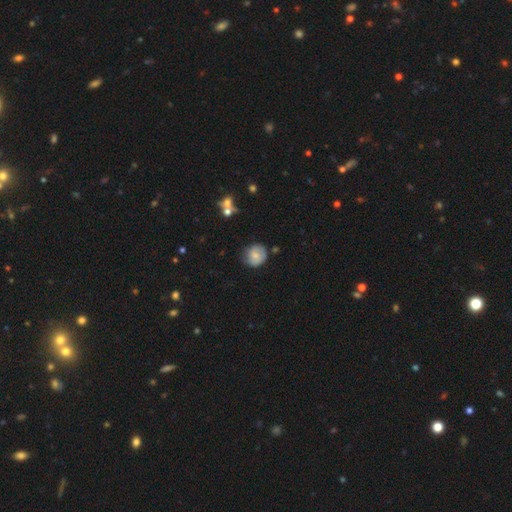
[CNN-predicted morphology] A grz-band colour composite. It shows a smooth galaxy with no disk features (61%) that is round (83%). Merging: none (65%).